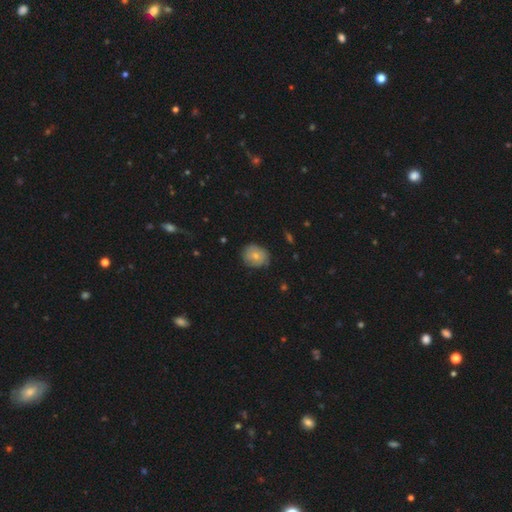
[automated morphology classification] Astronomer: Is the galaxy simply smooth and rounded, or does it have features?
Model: smooth — 62%.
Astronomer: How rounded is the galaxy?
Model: round — 69%.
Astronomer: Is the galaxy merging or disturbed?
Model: none — 73%.